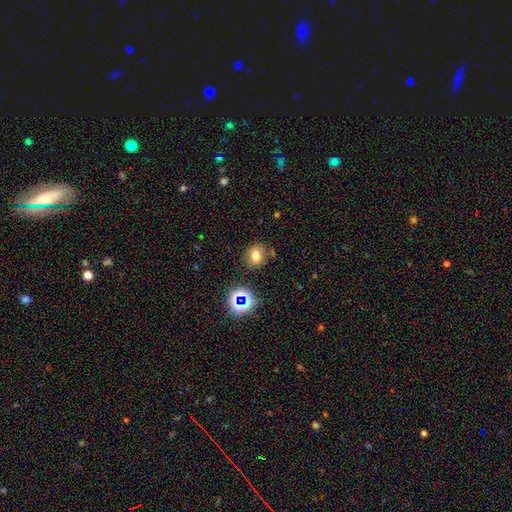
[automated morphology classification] type=smooth (70%); roundness=round (71%); merging=none (79%).